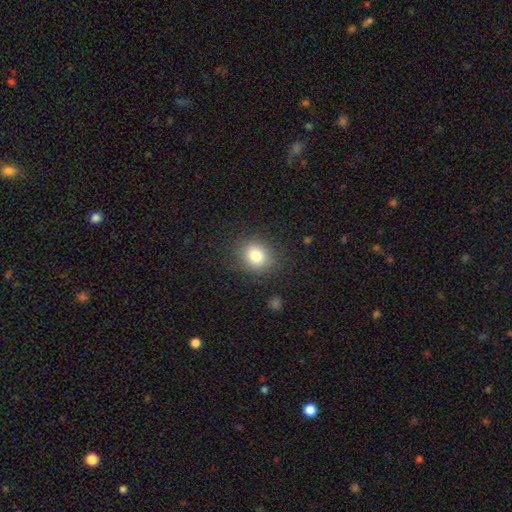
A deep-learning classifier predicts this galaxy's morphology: Smooth or featured: smooth — 81% (star or artifact — 11%)
How rounded: round — 67% (in between — 32%)
Merging: none — 85% (minor disturbance — 10%)